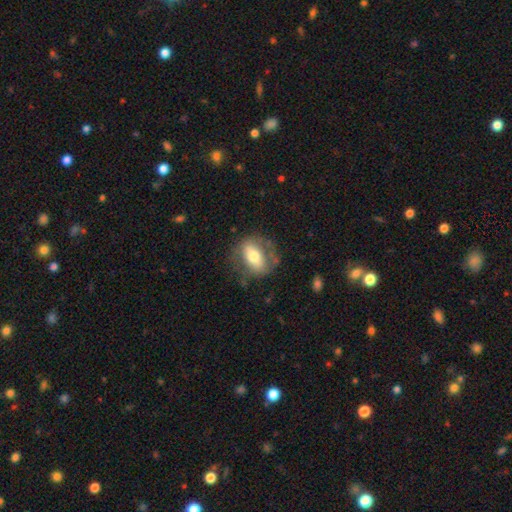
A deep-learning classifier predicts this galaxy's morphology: A smooth galaxy with no disk features (49%). Merging: none (65%).